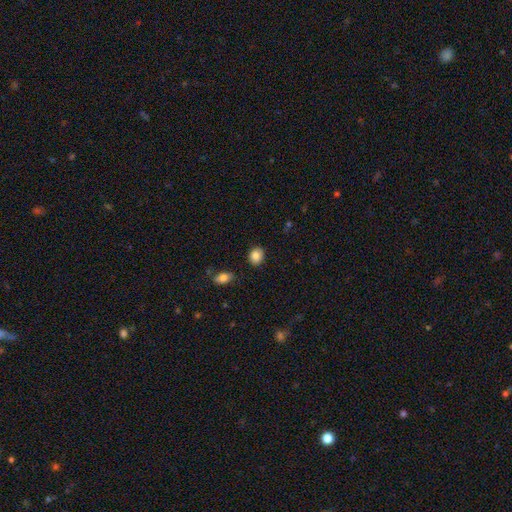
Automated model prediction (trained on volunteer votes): smooth-or-featured: smooth: 86% | star or artifact: 9% | featured or disk: 5%
  how-rounded: round: 54% | in between: 45% | cigar-shaped: 1%
  merging: none: 86% | minor disturbance: 9% | major disturbance: 2% | merger: 2%